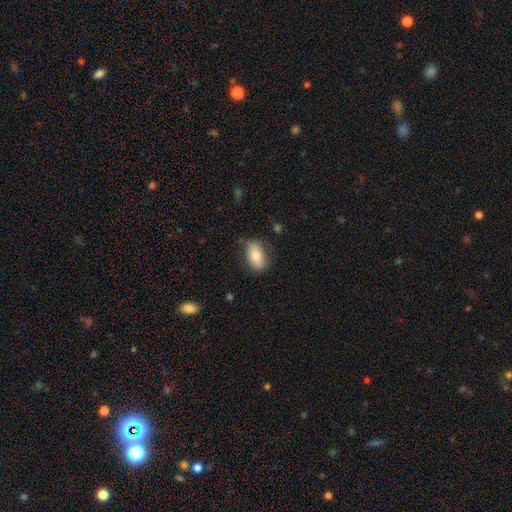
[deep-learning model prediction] This appears to be a smooth galaxy with no disk features (75%) that is in between round and cigar-shaped (89%). Merging: none (71%).